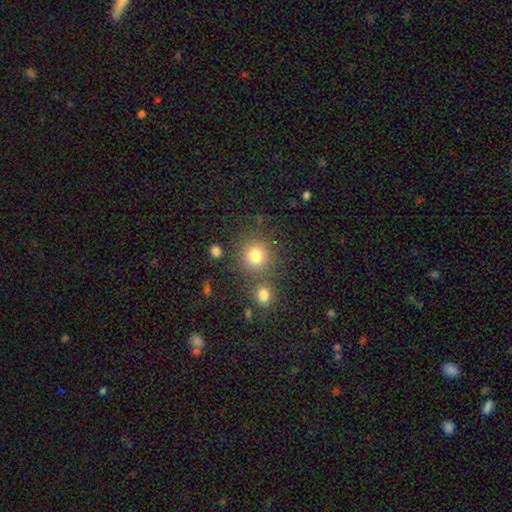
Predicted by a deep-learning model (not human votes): smooth-or-featured: smooth: 80% | star or artifact: 13% | featured or disk: 7%
  how-rounded: round: 91% | in between: 8% | cigar-shaped: 1%
  merging: none: 72% | merger: 17% | minor disturbance: 8% | major disturbance: 4%